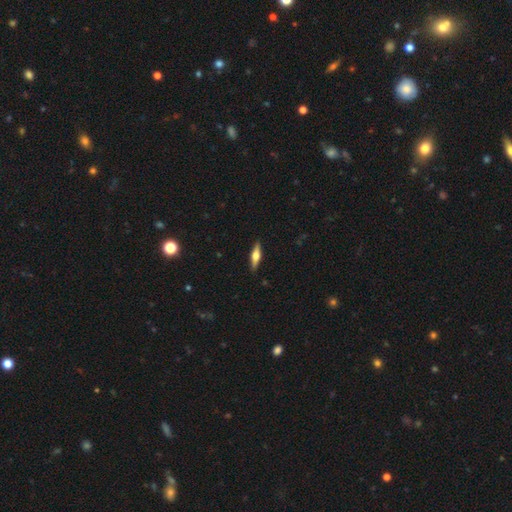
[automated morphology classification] Smooth or featured? featured or disk (56%)
Edge-on disk? yes (95%)
Edge-on bulge? rounded (92%)
Merging? none (90%)